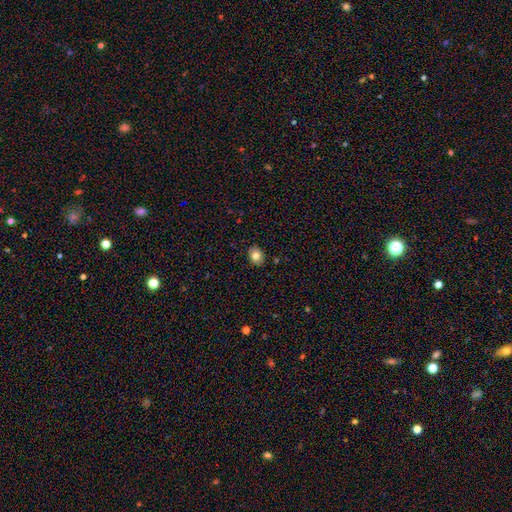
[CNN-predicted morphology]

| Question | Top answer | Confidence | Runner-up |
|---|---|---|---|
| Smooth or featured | smooth | 80% | featured or disk (11%) |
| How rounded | in between | 54% | round (45%) |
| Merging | none | 87% | minor disturbance (9%) |